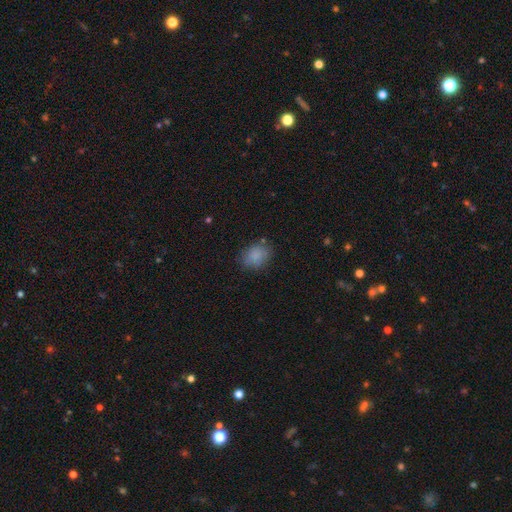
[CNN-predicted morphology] smooth-or-featured: smooth: 84% | star or artifact: 9% | featured or disk: 7%
  how-rounded: in between: 50% | round: 49% | cigar-shaped: 1%
  merging: none: 77% | minor disturbance: 16% | major disturbance: 5% | merger: 2%